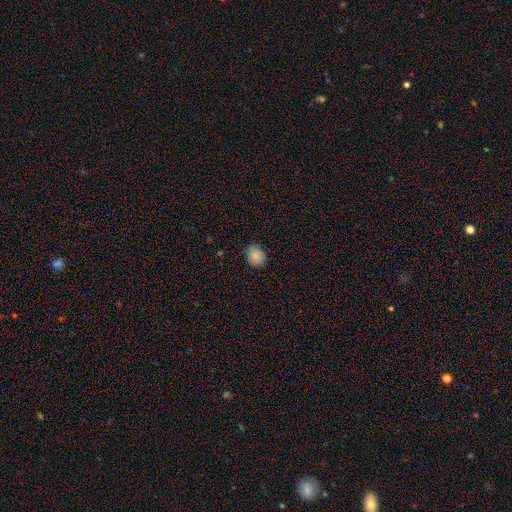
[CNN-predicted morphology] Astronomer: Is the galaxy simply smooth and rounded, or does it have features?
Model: smooth — 85%.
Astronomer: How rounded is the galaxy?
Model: round — 63%.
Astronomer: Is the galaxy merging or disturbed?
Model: none — 83%.